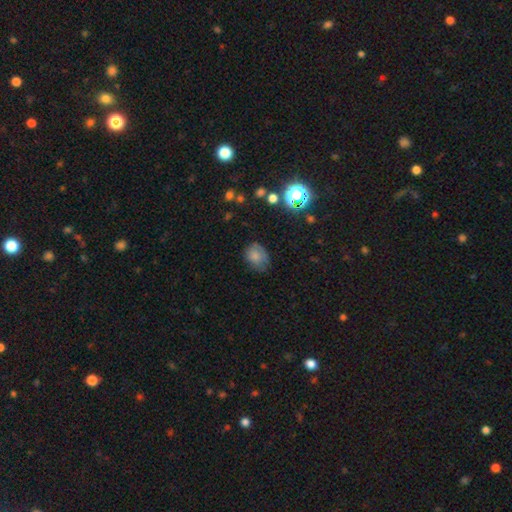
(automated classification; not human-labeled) Q: Smooth or featured?
A: smooth (75%); runner-up: star or artifact (13%)
Q: How rounded?
A: in between (57%); runner-up: round (42%)
Q: Merging?
A: none (60%); runner-up: minor disturbance (29%)